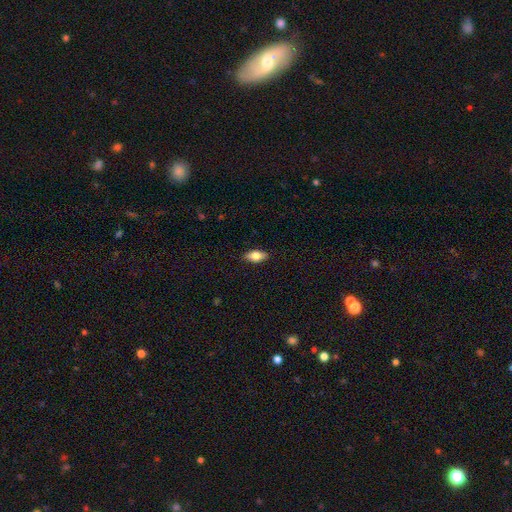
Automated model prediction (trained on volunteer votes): Smooth or featured?
  - smooth: 75% *
  - featured or disk: 19%
  - star or artifact: 7%
How rounded?
  - in between: 88% *
  - cigar-shaped: 8%
  - round: 4%
Merging?
  - none: 88% *
  - minor disturbance: 9%
  - major disturbance: 2%
  - merger: 1%